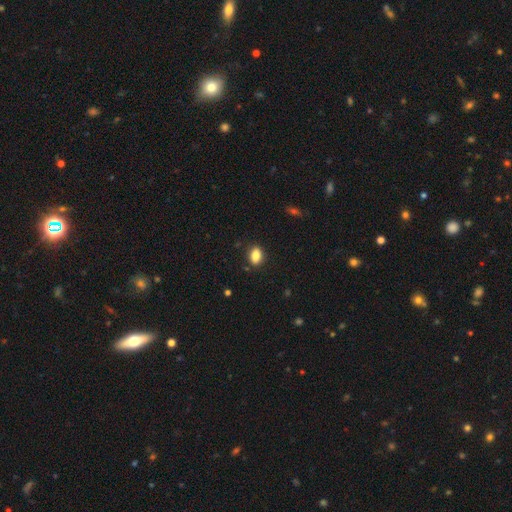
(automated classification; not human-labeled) Smooth or featured? Predicted: smooth (p=0.86). How rounded? Predicted: in between (p=0.84). Merging? Predicted: none (p=0.86).